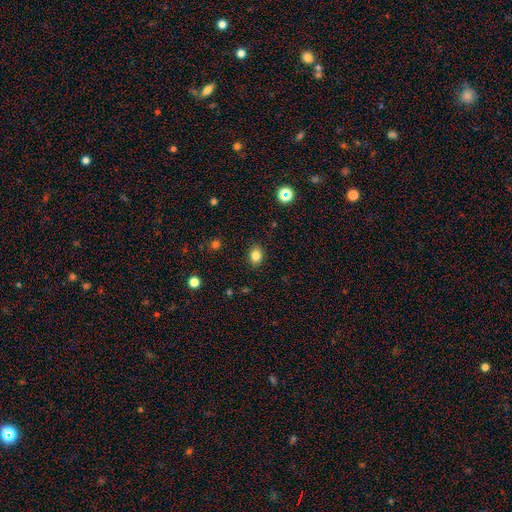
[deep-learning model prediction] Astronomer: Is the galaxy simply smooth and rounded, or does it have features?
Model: smooth — 82%.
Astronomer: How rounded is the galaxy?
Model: in between — 56% (runner-up: round, 43%).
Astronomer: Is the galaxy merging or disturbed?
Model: none — 88%.